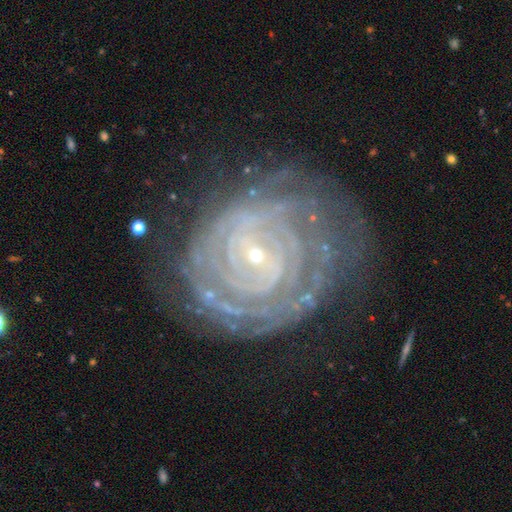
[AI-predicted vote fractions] Overall: featured or disk (88%). Edge-on disk: no (97%). Bar: no (58%; weak 29%). Spiral arms: yes (96%). Spiral arm count: can't tell (31%; 2 18%). Spiral winding: tight (86%). Bulge size: small (87%). Merging: none (72%).